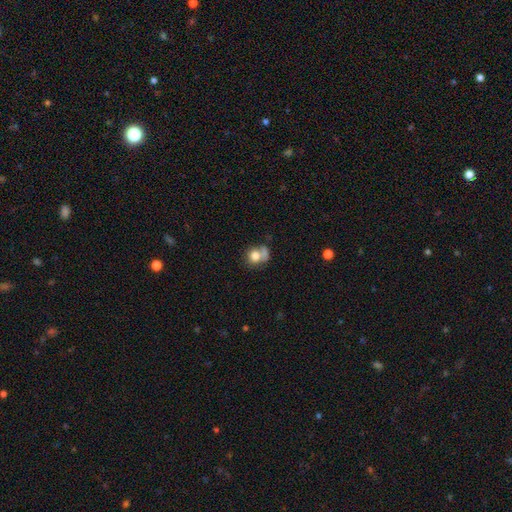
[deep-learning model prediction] Smooth or featured? Predicted: smooth (p=0.76). How rounded? Predicted: round (p=0.71). Merging? Predicted: none (p=0.38).